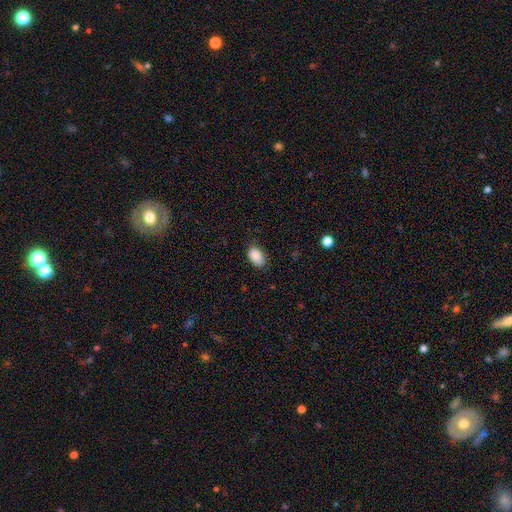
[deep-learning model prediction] Overall: smooth (88%). How rounded: in between (91%). Merging: none (75%).